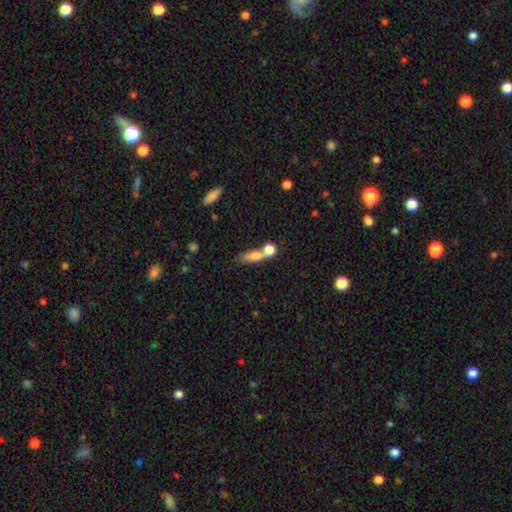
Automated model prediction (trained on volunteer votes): Morphology: type=smooth (73%); roundness=in between (44%); merging=merger (43%).